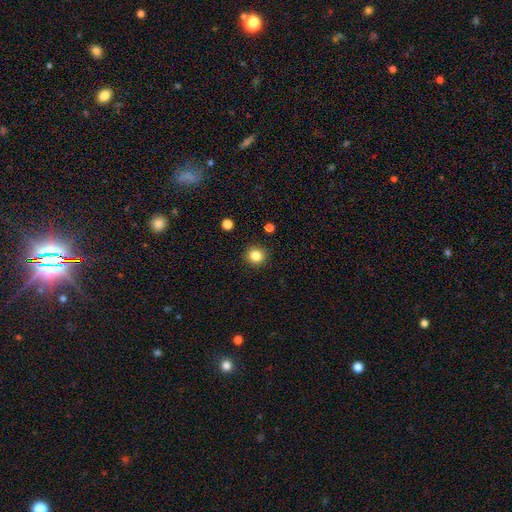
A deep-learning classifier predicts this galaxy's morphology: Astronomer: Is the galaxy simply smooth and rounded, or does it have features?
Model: smooth — 84%.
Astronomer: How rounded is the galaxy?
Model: round — 92%.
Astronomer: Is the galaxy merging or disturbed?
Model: none — 91%.